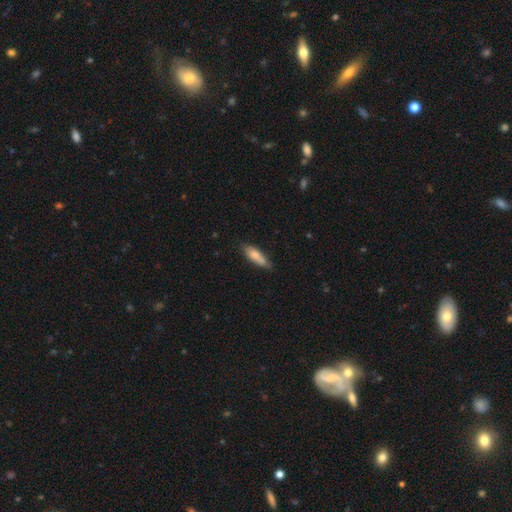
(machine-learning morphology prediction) A smooth galaxy with no disk features (78%) that is cigar-shaped (58%). Merging: none (68%).